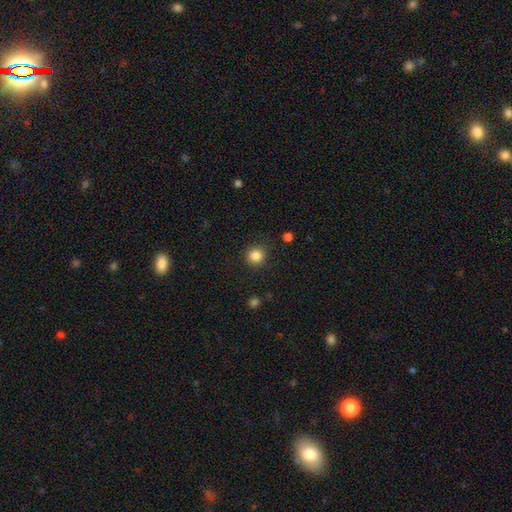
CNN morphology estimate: smooth_or_featured: smooth (p=0.85) [alt: star or artifact p=0.11]
how_rounded: round (p=0.91) [alt: in between p=0.08]
merging: none (p=0.88) [alt: minor disturbance p=0.08]